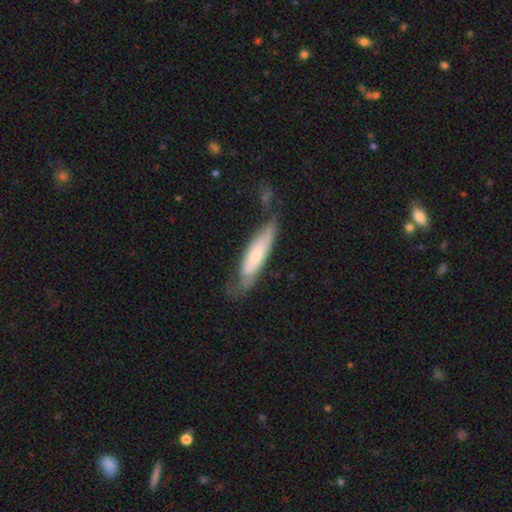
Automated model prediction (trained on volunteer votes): Smooth or featured? smooth (48%)
Merging? none (47%)